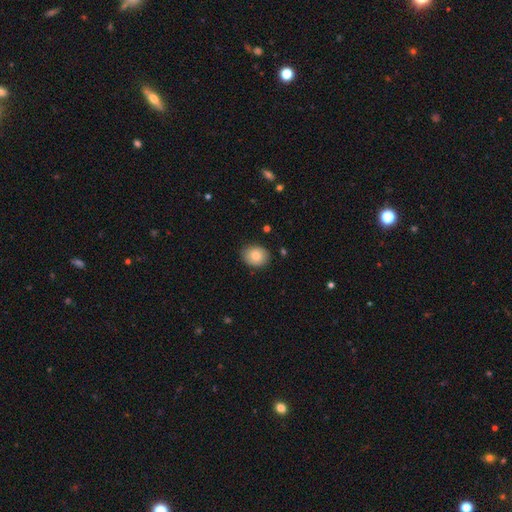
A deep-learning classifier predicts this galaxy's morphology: A smooth galaxy with no disk features (83%) that is round (51%). Merging: none (85%).